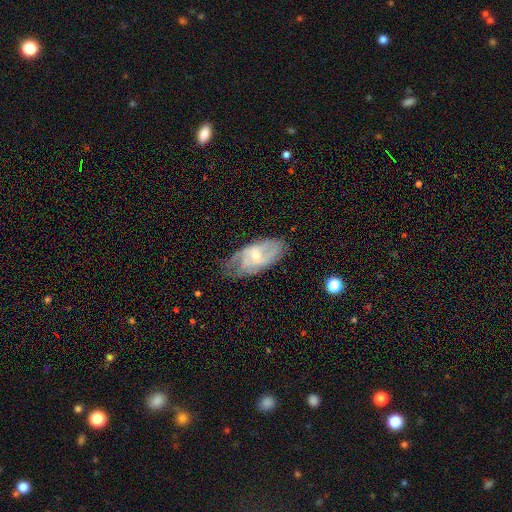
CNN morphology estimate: Smooth or featured? featured or disk (75%)
Edge-on disk? no (92%)
Bar? weak (44%)
Spiral arms? yes (85%)
Spiral winding? medium (40%, tied with tight)
Spiral arm count? can't tell (38%)
Bulge size? small (56%)
Merging? none (63%)